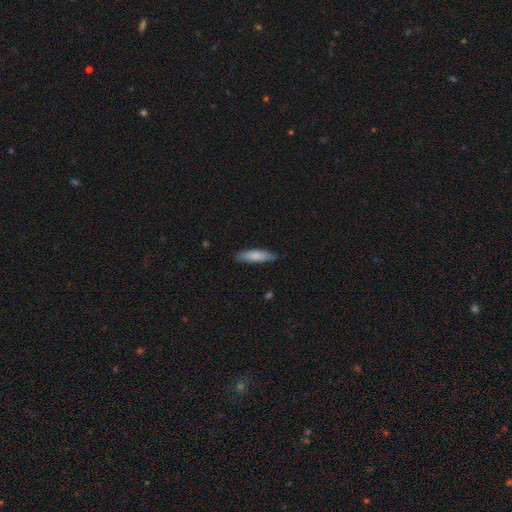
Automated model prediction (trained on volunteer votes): smooth-or-featured: smooth: 78% | featured or disk: 17% | star or artifact: 5%
  how-rounded: cigar-shaped: 70% | in between: 29% | round: 1%
  merging: none: 86% | minor disturbance: 11% | major disturbance: 2% | merger: 1%